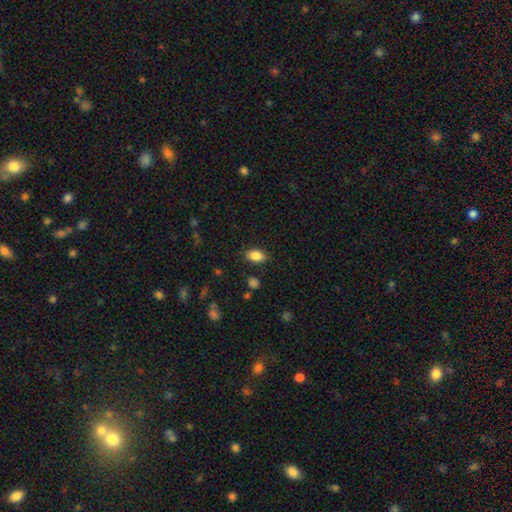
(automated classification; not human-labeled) A smooth galaxy with no disk features (87%) that is in between round and cigar-shaped (90%). Merging: none (85%).